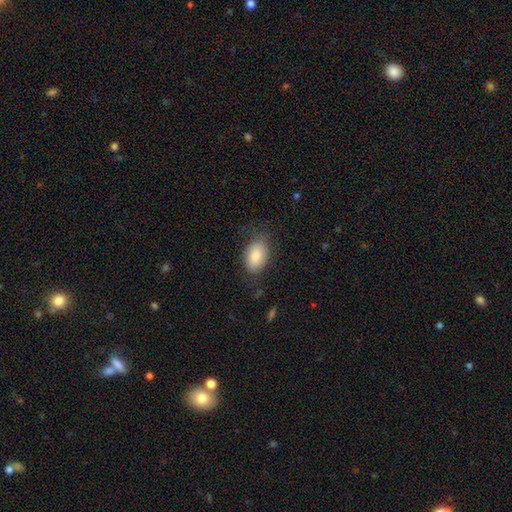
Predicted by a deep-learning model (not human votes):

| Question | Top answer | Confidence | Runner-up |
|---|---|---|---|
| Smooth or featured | smooth | 82% | featured or disk (11%) |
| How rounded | in between | 88% | round (11%) |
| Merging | none | 74% | minor disturbance (18%) |